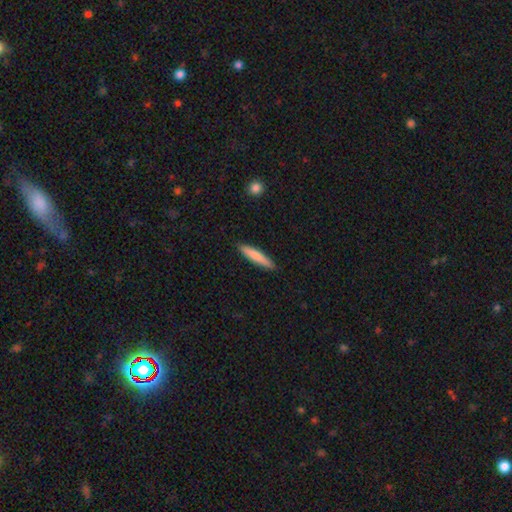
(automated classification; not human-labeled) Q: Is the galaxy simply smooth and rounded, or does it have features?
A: smooth — 78%.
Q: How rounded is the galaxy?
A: cigar-shaped — 89%.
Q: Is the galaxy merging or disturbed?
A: none — 90%.